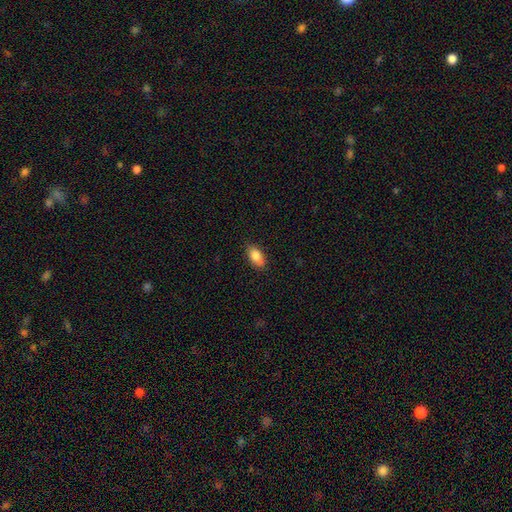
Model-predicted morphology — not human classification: smooth_or_featured: smooth (p=0.84) [alt: featured or disk p=0.08]
how_rounded: in between (p=0.90) [alt: round p=0.05]
merging: none (p=0.86) [alt: minor disturbance p=0.11]